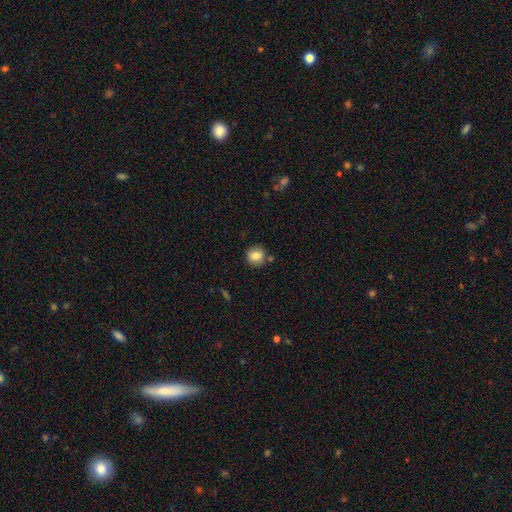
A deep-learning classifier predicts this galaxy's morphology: type=smooth (80%); roundness=round (87%); merging=none (81%).